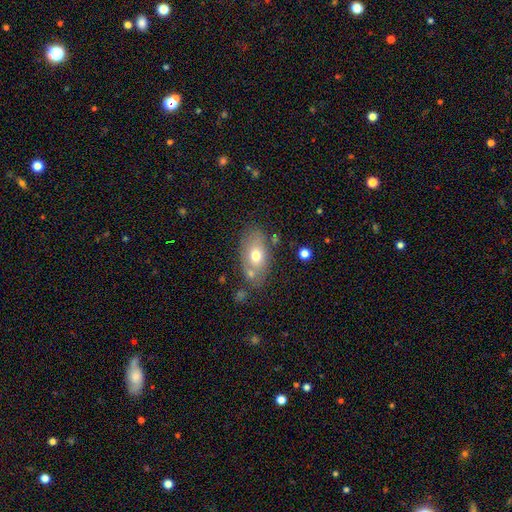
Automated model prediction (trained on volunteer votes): smooth 65%, featured or disk 26%, star or artifact 9%. Down the decision tree: how rounded — in between (85%); merging — none (63%).